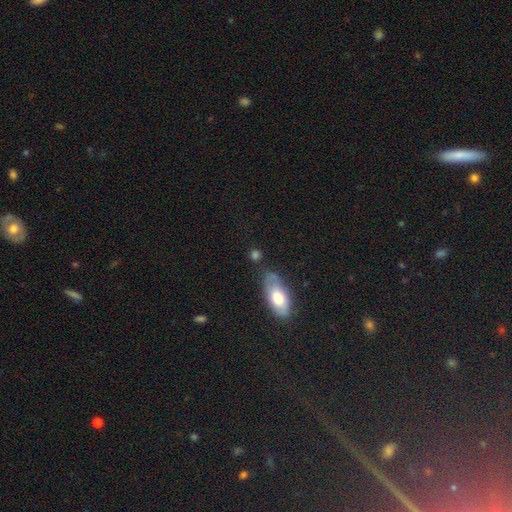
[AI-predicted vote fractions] Q: Smooth or featured?
A: smooth (53%); runner-up: featured or disk (32%)
Q: How rounded?
A: in between (72%); runner-up: cigar-shaped (15%)
Q: Merging?
A: none (66%); runner-up: minor disturbance (21%)